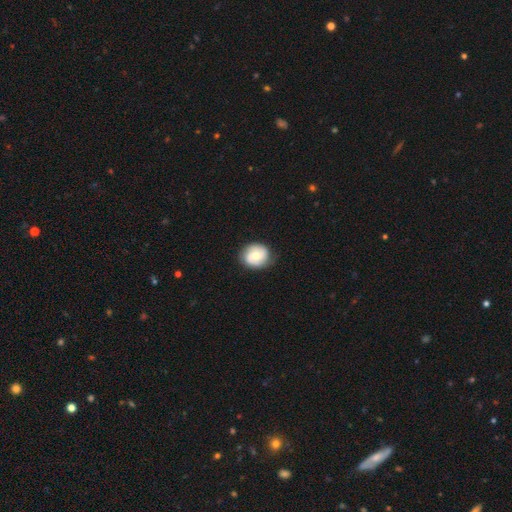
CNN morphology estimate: This is possibly a featured or disk galaxy (50%). Merging: clearly none (81%).